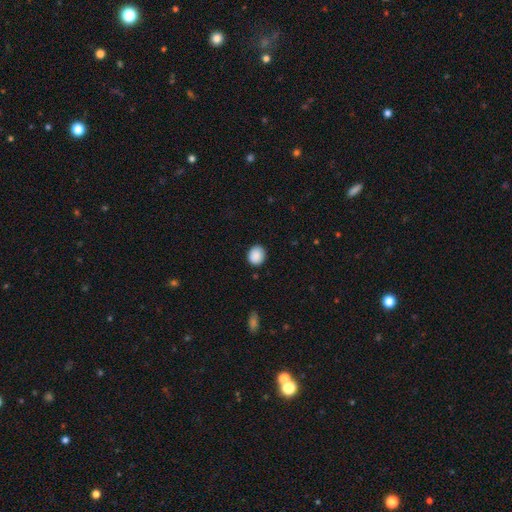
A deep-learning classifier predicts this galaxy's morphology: Smooth or featured? Predicted: smooth (p=0.90). How rounded? Predicted: round (p=0.74). Merging? Predicted: none (p=0.88).